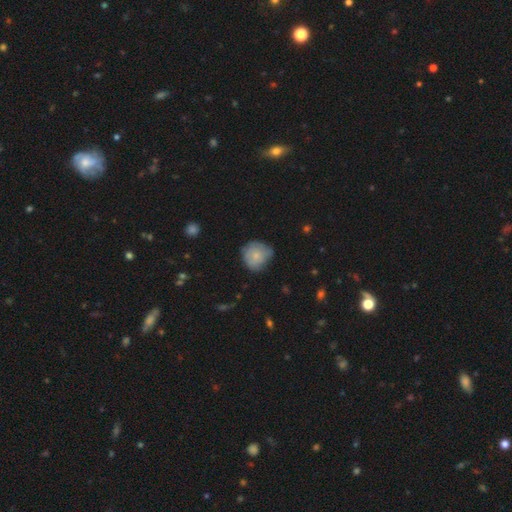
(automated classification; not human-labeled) The model was most divided on "merging": none: 56%, minor disturbance: 36%, major disturbance: 7%, merger: 2%. More confident: how rounded — round (85%); smooth or featured — smooth (75%).